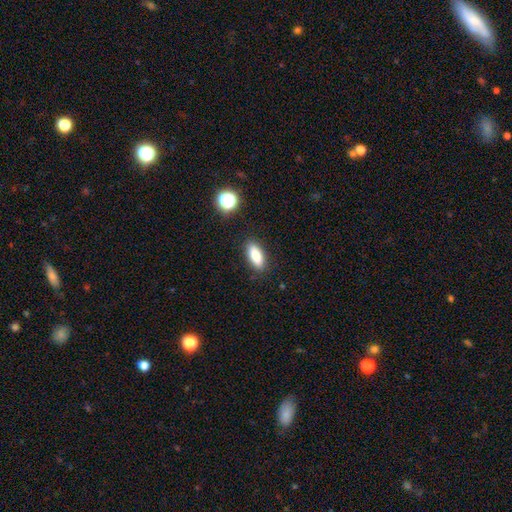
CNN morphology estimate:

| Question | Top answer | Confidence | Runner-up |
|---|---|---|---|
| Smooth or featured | smooth | 82% | featured or disk (9%) |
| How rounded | in between | 76% | cigar-shaped (21%) |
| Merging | none | 87% | minor disturbance (9%) |